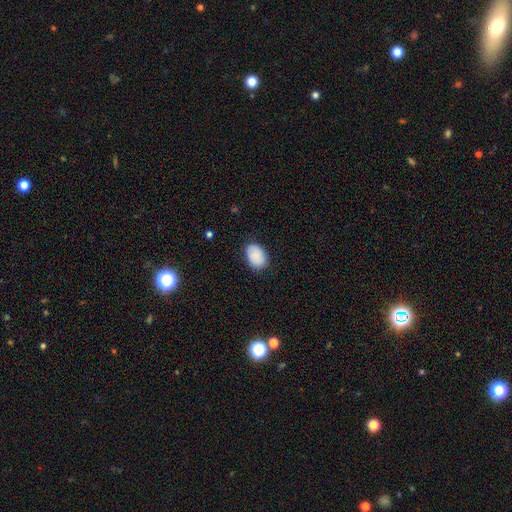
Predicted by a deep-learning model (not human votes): A smooth galaxy with no disk features (90%) that is in between round and cigar-shaped (85%).

Vote fractions:
- Smooth or featured? smooth: 90% / star or artifact: 6% / featured or disk: 4%
- How rounded? in between: 85% / round: 14% / cigar-shaped: 1%
- Merging? none: 84% / minor disturbance: 12% / major disturbance: 3% / merger: 1%